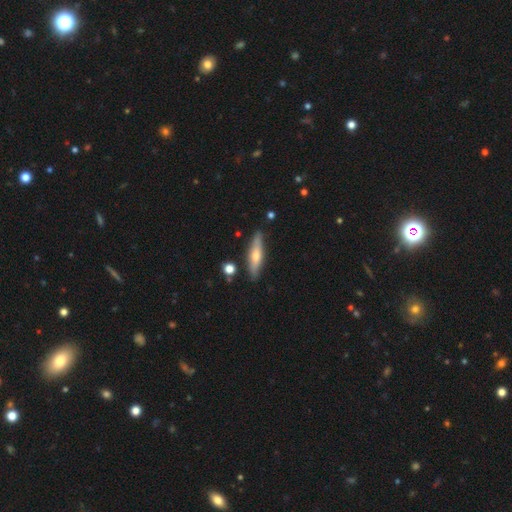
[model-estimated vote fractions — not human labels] Morphology: type=smooth (48%); merging=none (85%).